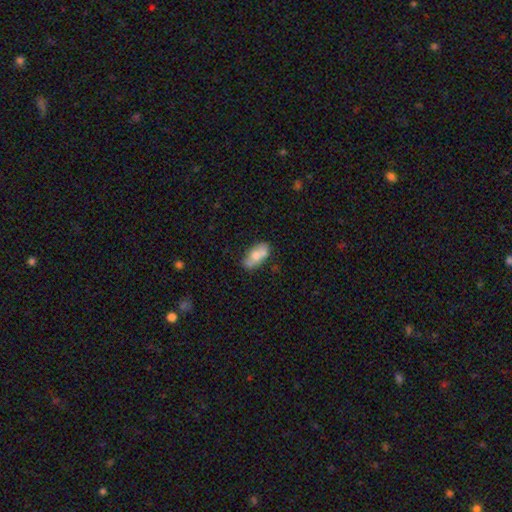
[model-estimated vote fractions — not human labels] Smooth or featured? Predicted: smooth (p=0.62). How rounded? Predicted: in between (p=0.86). Merging? Predicted: none (p=0.56).